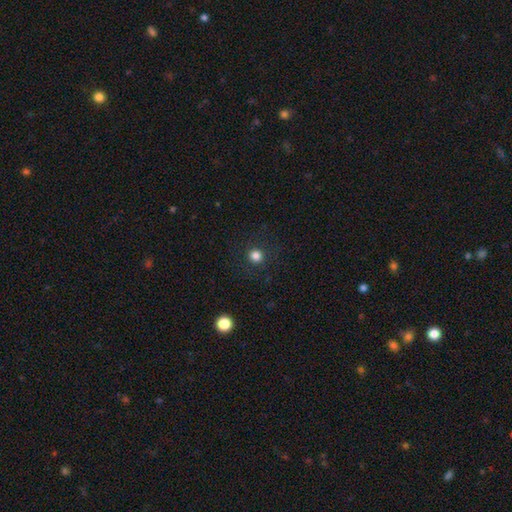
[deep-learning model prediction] This is clearly a smooth galaxy (83%). How rounded: clearly round (92%). Merging: clearly none (89%).